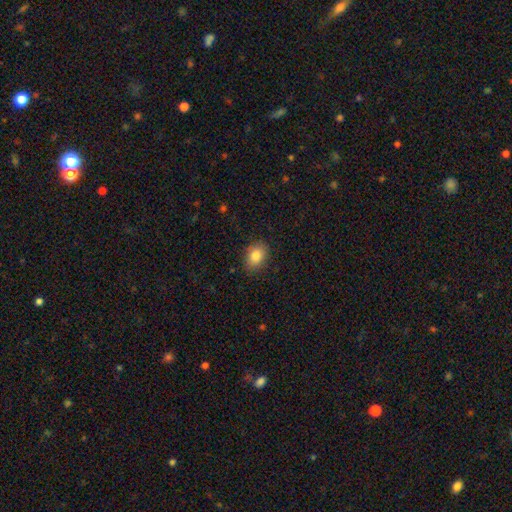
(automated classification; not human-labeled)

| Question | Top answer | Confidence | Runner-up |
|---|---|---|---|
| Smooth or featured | smooth | 84% | star or artifact (9%) |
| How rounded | in between | 70% | round (29%) |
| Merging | none | 86% | minor disturbance (11%) |